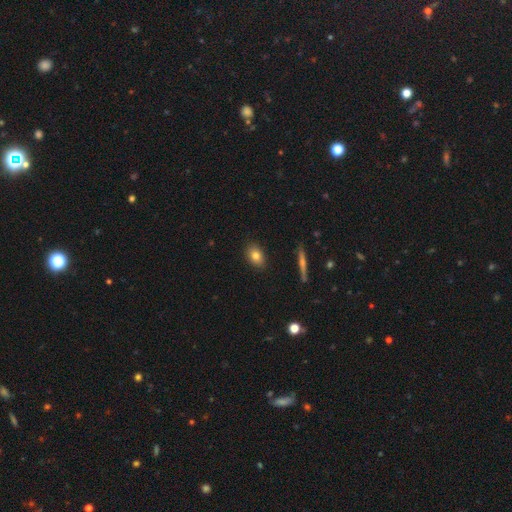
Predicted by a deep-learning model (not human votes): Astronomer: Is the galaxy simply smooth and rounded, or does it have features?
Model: smooth — 80%.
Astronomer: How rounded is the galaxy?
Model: in between — 78%.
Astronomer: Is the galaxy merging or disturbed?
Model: none — 87%.